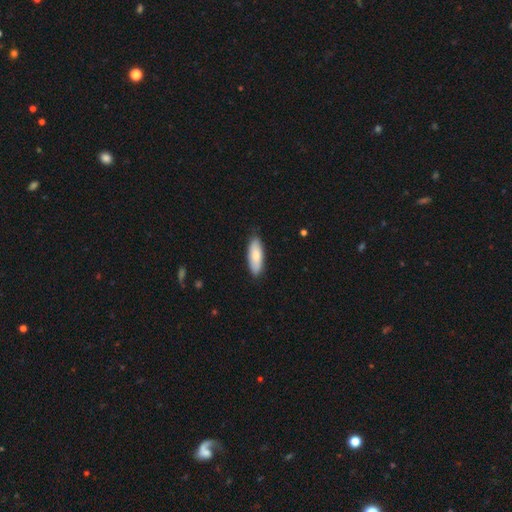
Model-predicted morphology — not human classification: Q: Smooth or featured?
A: smooth (77%); runner-up: featured or disk (18%)
Q: How rounded?
A: in between (69%); runner-up: cigar-shaped (29%)
Q: Merging?
A: none (86%); runner-up: minor disturbance (11%)